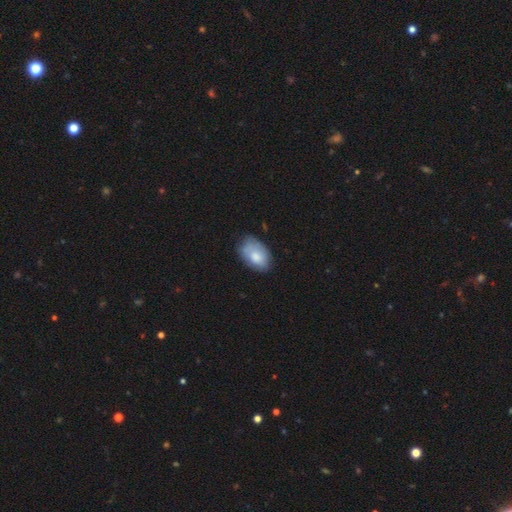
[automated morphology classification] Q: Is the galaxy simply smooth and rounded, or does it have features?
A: smooth — 76%.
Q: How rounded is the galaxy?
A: in between — 90%.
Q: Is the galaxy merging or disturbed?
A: none — 60%.